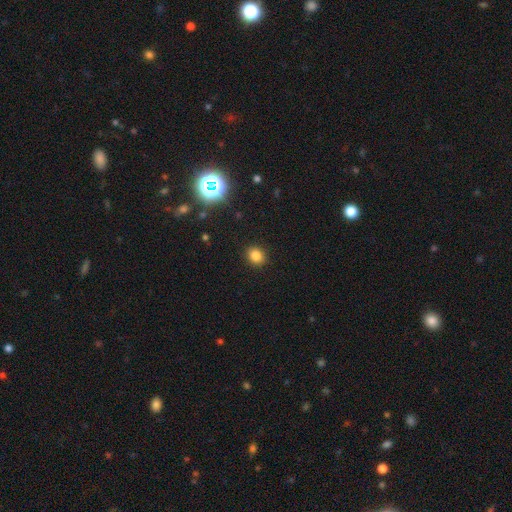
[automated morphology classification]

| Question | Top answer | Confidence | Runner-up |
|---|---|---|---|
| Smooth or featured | smooth | 81% | star or artifact (14%) |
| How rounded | round | 74% | in between (25%) |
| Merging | none | 90% | minor disturbance (6%) |